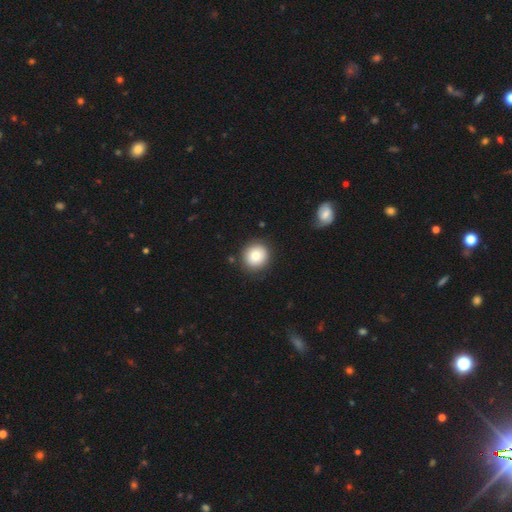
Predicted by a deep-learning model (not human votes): The model was most divided on "smooth or featured": smooth: 81%, featured or disk: 10%, star or artifact: 9%. More confident: how rounded — round (90%); merging — none (87%).